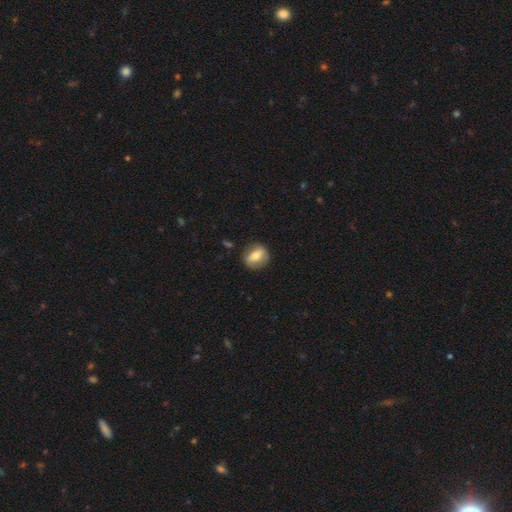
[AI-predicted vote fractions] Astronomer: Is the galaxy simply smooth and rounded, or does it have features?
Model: smooth — 63%.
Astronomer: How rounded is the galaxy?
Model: round — 54% (runner-up: in between, 43%).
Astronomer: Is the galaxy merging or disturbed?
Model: none — 82%.